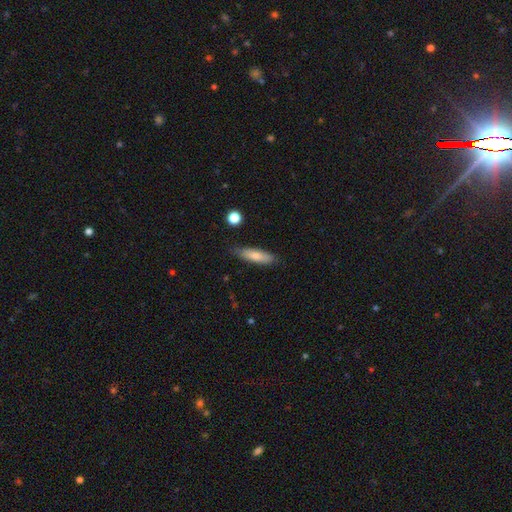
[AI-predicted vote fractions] A smooth galaxy with no disk features (75%) that is cigar-shaped (62%). Merging: none (78%).